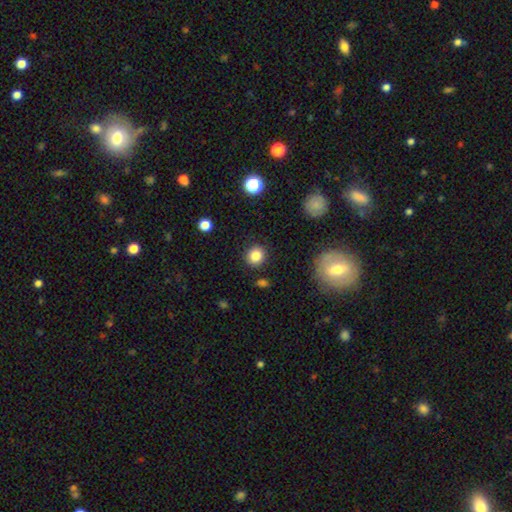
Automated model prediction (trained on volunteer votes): Smooth or featured?
  - smooth: 85% *
  - star or artifact: 10%
  - featured or disk: 5%
How rounded?
  - round: 86% *
  - in between: 13%
  - cigar-shaped: 1%
Merging?
  - none: 89% *
  - minor disturbance: 7%
  - major disturbance: 2%
  - merger: 2%